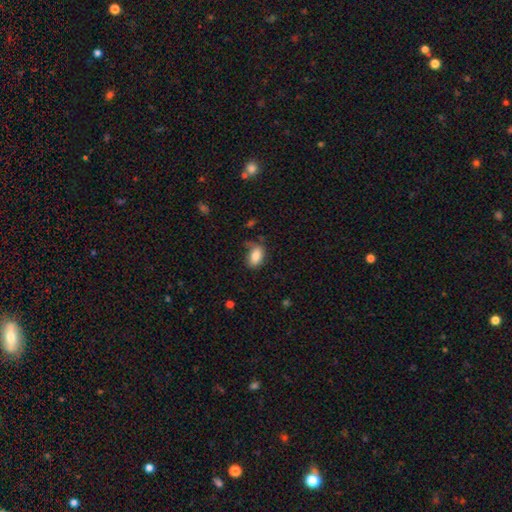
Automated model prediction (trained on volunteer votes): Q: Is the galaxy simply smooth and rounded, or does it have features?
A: smooth — 84%.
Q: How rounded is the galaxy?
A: in between — 88%.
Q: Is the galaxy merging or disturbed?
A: none — 58%.